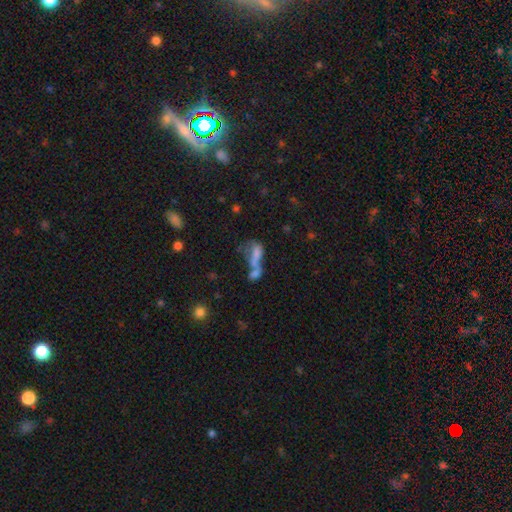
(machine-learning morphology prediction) Smooth or featured: smooth — 55% (featured or disk — 29%)
How rounded: in between — 73% (cigar-shaped — 17%)
Merging: merger — 64% (major disturbance — 16%)